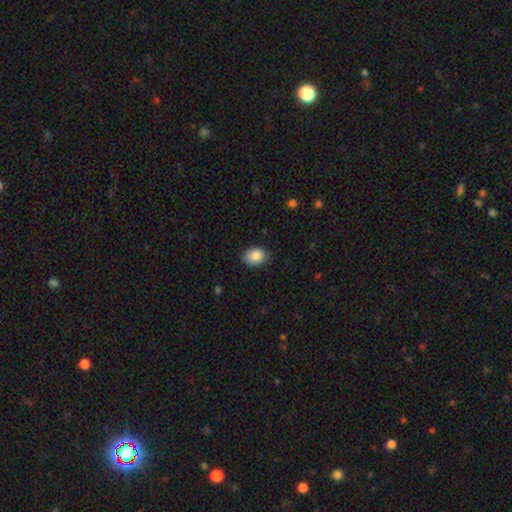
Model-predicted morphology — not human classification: Smooth or featured: smooth — 87% (star or artifact — 8%)
How rounded: in between — 67% (round — 32%)
Merging: none — 83% (minor disturbance — 14%)